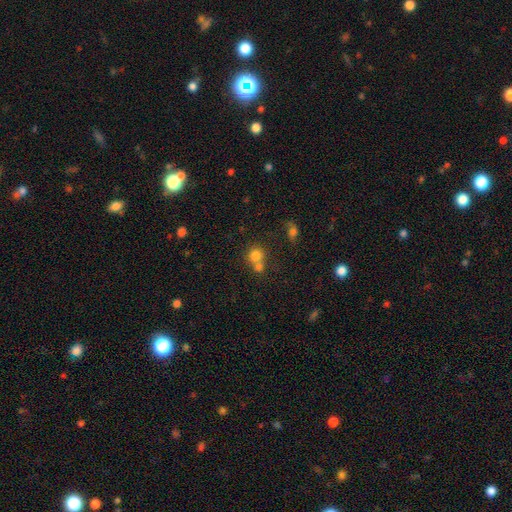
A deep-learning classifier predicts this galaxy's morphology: A smooth galaxy with no disk features (78%) that is round (85%). Merging: merger (46%).